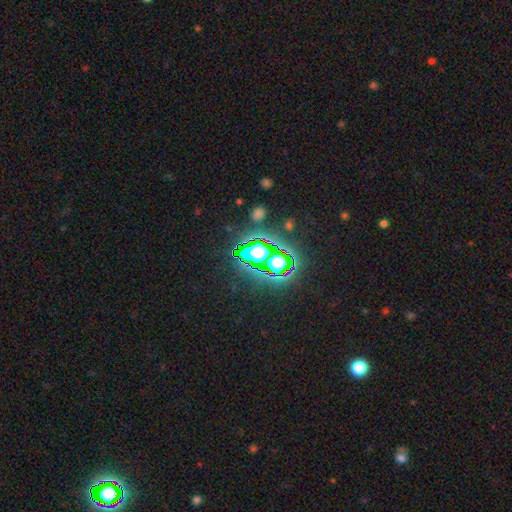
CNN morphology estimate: This is likely a star or artifact rather than a galaxy (78%).